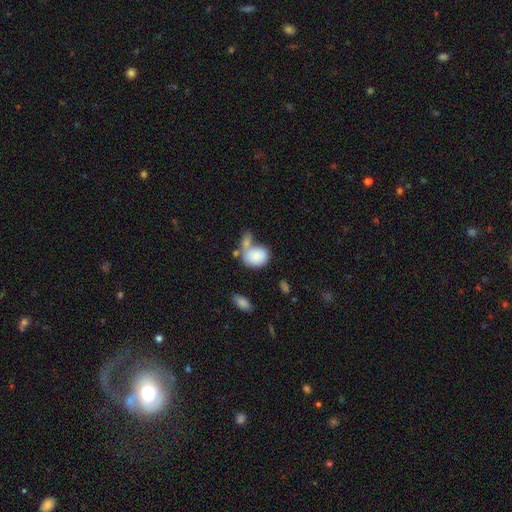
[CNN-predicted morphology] A smooth galaxy with no disk features (81%) that is in between round and cigar-shaped (65%). Merging: merger (41%).